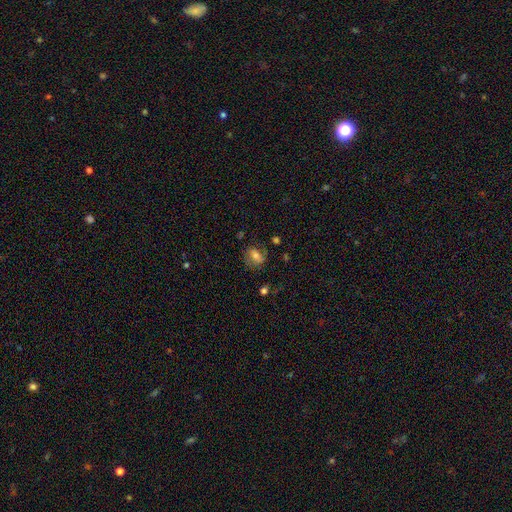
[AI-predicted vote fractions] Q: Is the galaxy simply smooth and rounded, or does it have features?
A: smooth — 59%.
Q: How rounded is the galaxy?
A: in between — 54%.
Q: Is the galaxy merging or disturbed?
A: none — 68%.